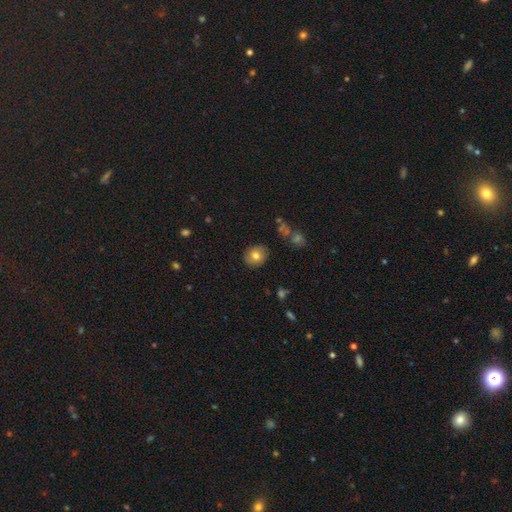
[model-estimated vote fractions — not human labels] Smooth or featured? smooth (75%)
How rounded? round (77%)
Merging? none (85%)